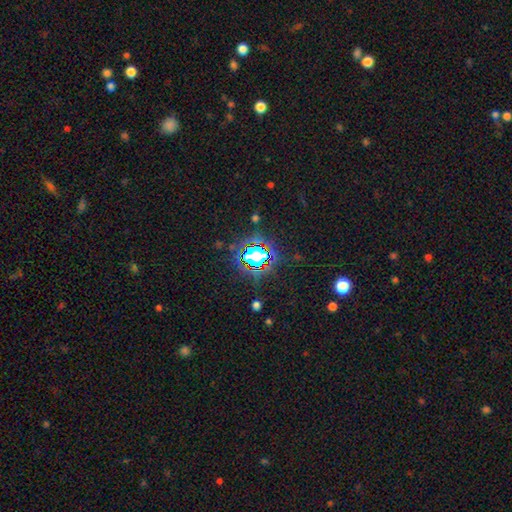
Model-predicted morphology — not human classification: This is likely a star or artifact rather than a galaxy (66%).